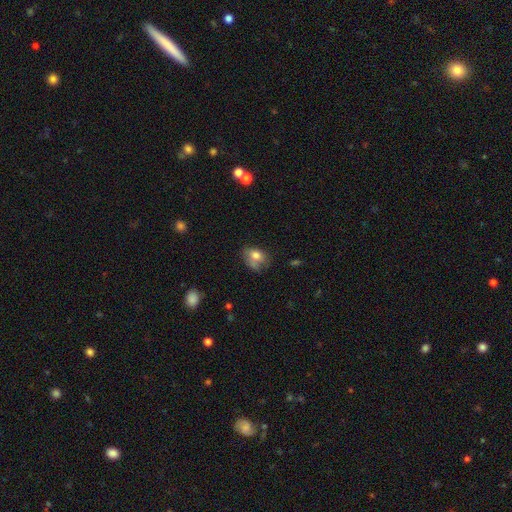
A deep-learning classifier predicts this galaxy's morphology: A smooth galaxy with no disk features (73%) that is in between round and cigar-shaped (63%).

Vote fractions:
- Smooth or featured? smooth: 73% / featured or disk: 17% / star or artifact: 10%
- How rounded? in between: 63% / round: 36% / cigar-shaped: 1%
- Merging? none: 43% / minor disturbance: 33% / major disturbance: 18% / merger: 7%